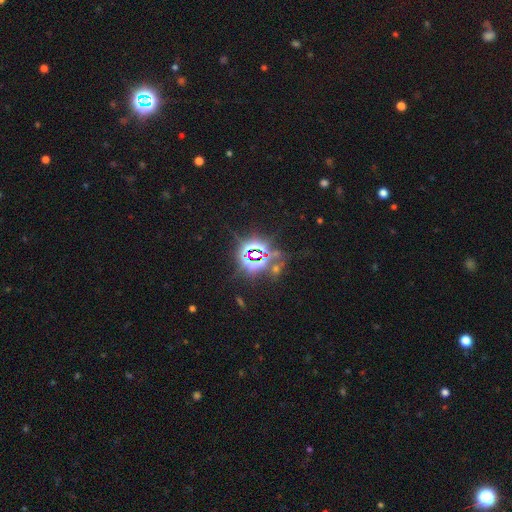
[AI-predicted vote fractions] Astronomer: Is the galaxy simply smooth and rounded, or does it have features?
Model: star or artifact — 82%.